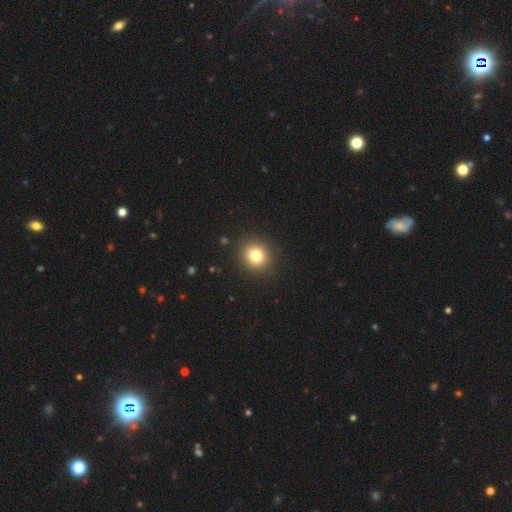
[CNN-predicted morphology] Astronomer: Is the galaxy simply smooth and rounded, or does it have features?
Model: smooth — 80%.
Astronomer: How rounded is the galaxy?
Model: round — 84%.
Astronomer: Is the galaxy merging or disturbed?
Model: none — 91%.